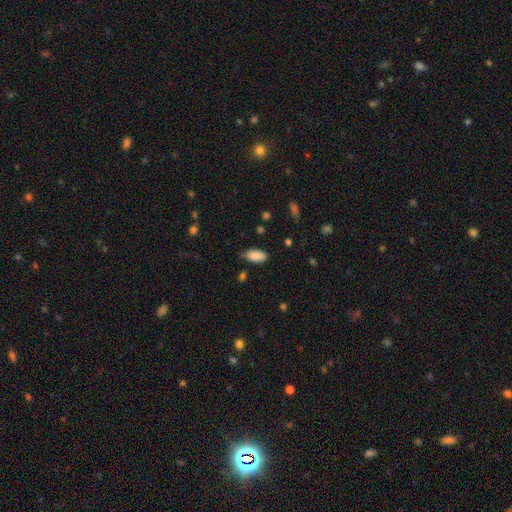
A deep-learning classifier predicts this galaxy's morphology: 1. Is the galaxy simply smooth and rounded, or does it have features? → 86% smooth, 7% star or artifact, 7% featured or disk.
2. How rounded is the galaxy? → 91% in between, 6% cigar-shaped, 2% round.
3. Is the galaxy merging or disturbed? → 72% none, 22% minor disturbance, 4% major disturbance, 2% merger.